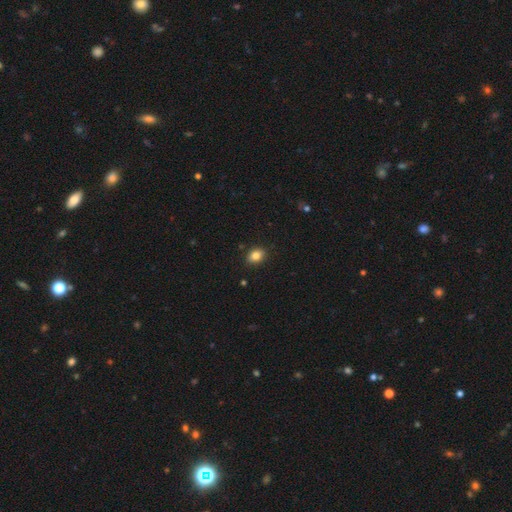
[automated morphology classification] smooth-or-featured: smooth: 84% | star or artifact: 9% | featured or disk: 7%
  how-rounded: in between: 72% | round: 27% | cigar-shaped: 1%
  merging: none: 88% | minor disturbance: 9% | major disturbance: 2% | merger: 1%